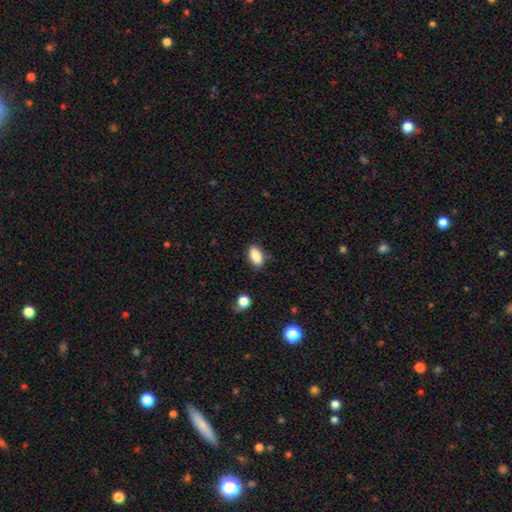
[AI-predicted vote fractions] Morphology: type=smooth (87%); roundness=in between (89%); merging=none (81%).